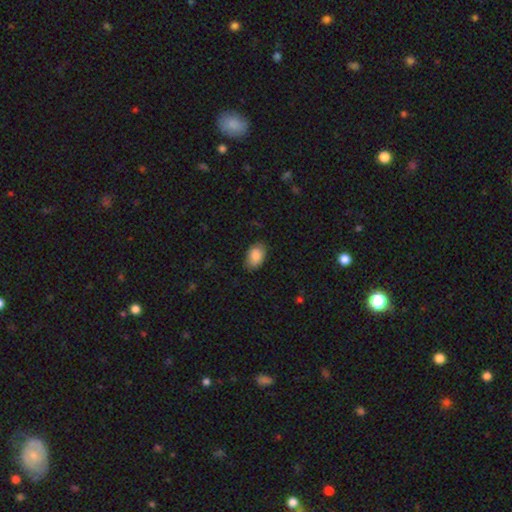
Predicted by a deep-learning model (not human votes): Morphology: type=smooth (85%); roundness=in between (89%); merging=none (82%).